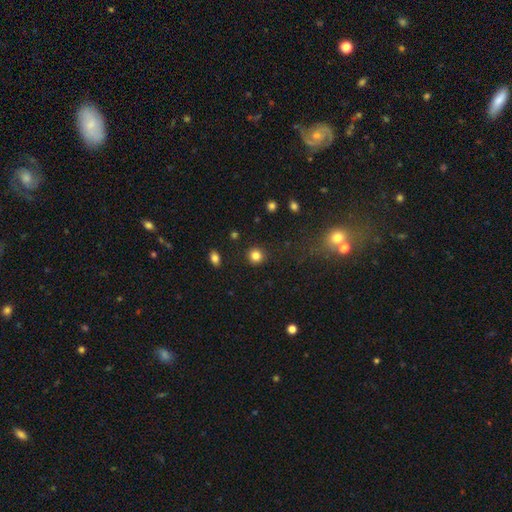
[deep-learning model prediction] This appears to be a smooth galaxy with no disk features (83%) that is round (91%). Merging: none (90%).